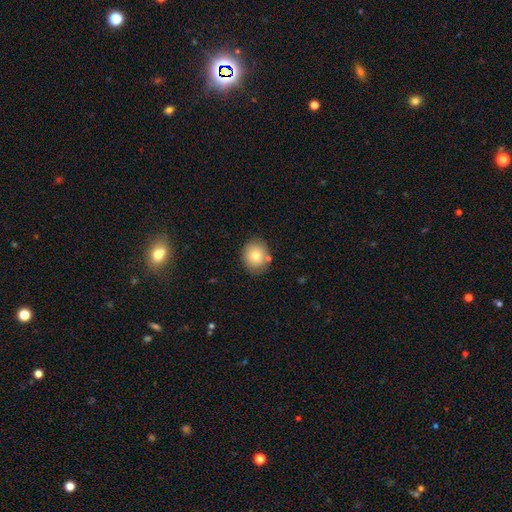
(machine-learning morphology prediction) The model was most divided on "how rounded": round: 77%, in between: 22%, cigar-shaped: 1%. More confident: merging — none (79%); smooth or featured — smooth (78%).